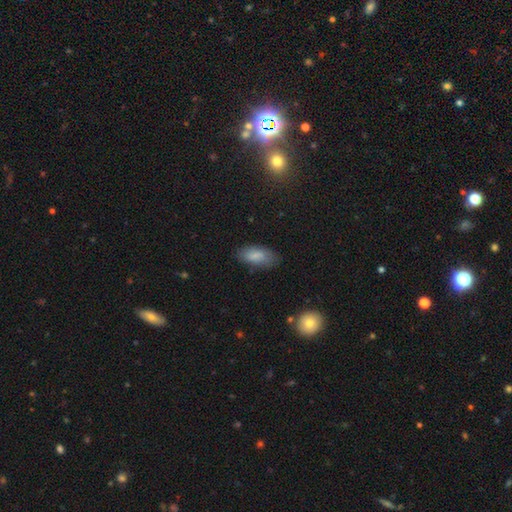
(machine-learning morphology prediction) smooth-or-featured: smooth: 78% | featured or disk: 14% | star or artifact: 8%
  how-rounded: in between: 90% | cigar-shaped: 8% | round: 3%
  merging: none: 75% | minor disturbance: 19% | major disturbance: 5% | merger: 2%